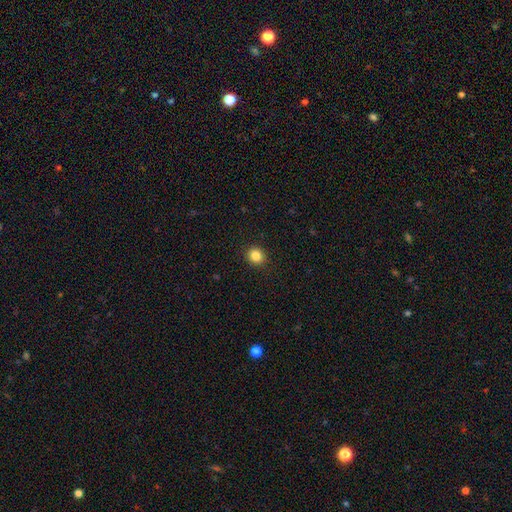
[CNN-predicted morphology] Smooth or featured?
  - smooth: 85% *
  - star or artifact: 11%
  - featured or disk: 4%
How rounded?
  - round: 86% *
  - in between: 13%
  - cigar-shaped: 1%
Merging?
  - none: 92% *
  - minor disturbance: 5%
  - major disturbance: 2%
  - merger: 1%